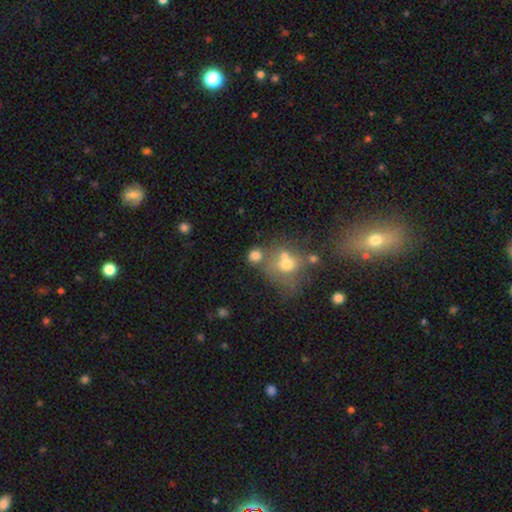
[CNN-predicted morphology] smooth_or_featured: smooth (p=0.73) [alt: star or artifact p=0.15]
how_rounded: round (p=0.76) [alt: in between p=0.23]
merging: none (p=0.51) [alt: merger p=0.31]